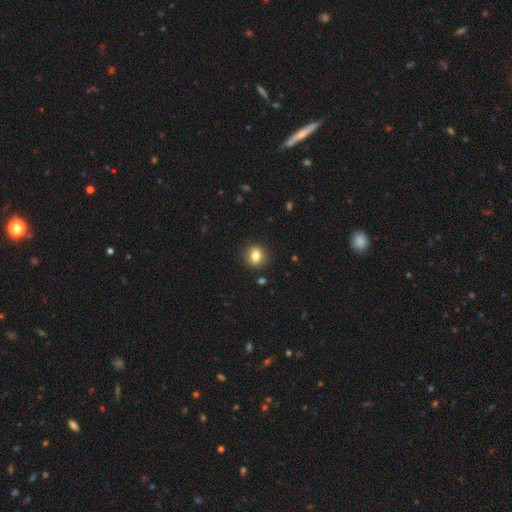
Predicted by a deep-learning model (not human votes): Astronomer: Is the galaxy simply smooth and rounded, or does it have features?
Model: smooth — 81%.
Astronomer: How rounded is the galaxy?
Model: round — 78%.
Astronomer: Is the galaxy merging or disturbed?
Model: none — 89%.